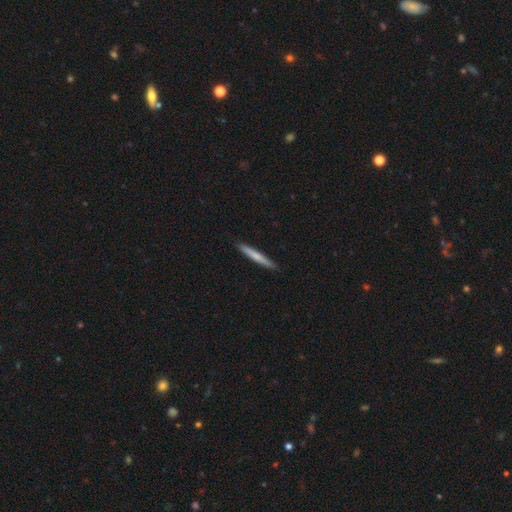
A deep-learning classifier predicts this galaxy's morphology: Overall: smooth (66%; featured or disk 29%). How rounded: cigar-shaped (96%). Merging: none (91%).